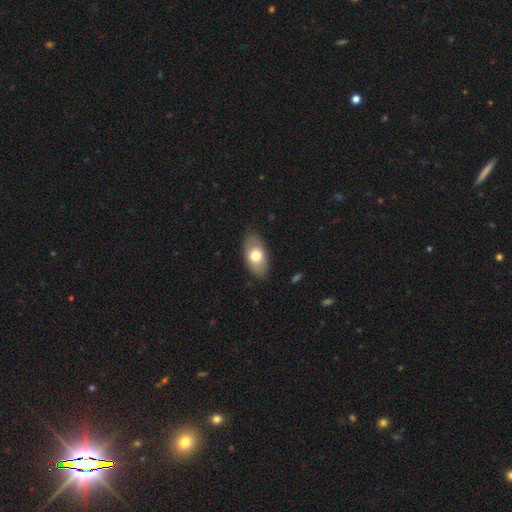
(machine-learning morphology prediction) Smooth or featured: smooth — 68% (featured or disk — 25%)
How rounded: in between — 92% (round — 5%)
Merging: none — 83% (minor disturbance — 13%)